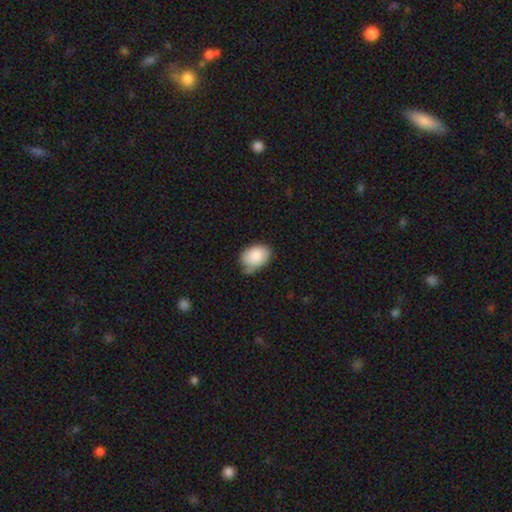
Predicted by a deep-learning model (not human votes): This is clearly a smooth galaxy (85%). How rounded: likely in between (80%). Merging: possibly none (58%).